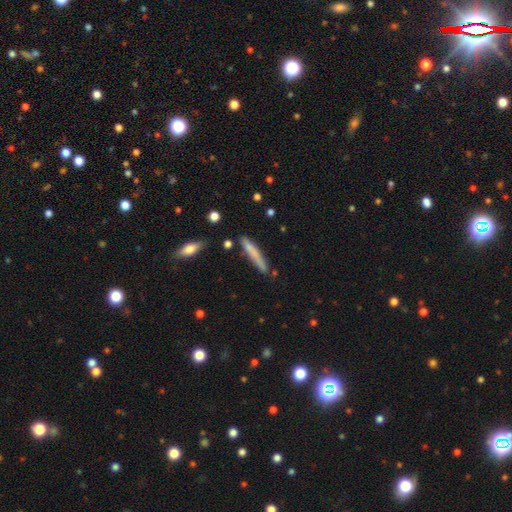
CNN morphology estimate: type=smooth (71%); roundness=cigar-shaped (93%); merging=none (77%).